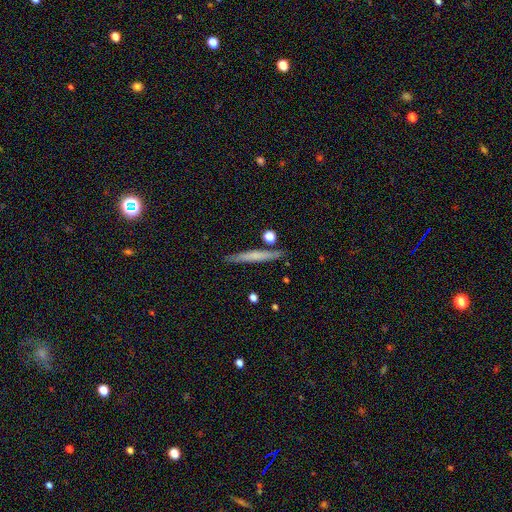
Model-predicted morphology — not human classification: The model was most divided on "smooth or featured": smooth: 56%, featured or disk: 37%, star or artifact: 7%. More confident: how rounded — cigar-shaped (94%); merging — none (86%).